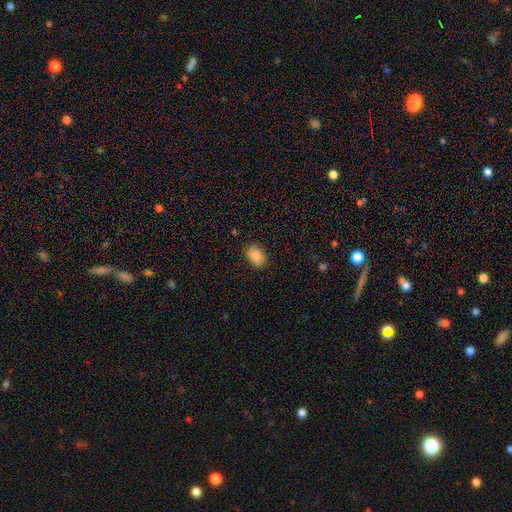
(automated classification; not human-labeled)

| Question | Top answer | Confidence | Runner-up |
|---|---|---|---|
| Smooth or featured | smooth | 87% | star or artifact (8%) |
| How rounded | in between | 79% | round (20%) |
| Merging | none | 85% | minor disturbance (12%) |